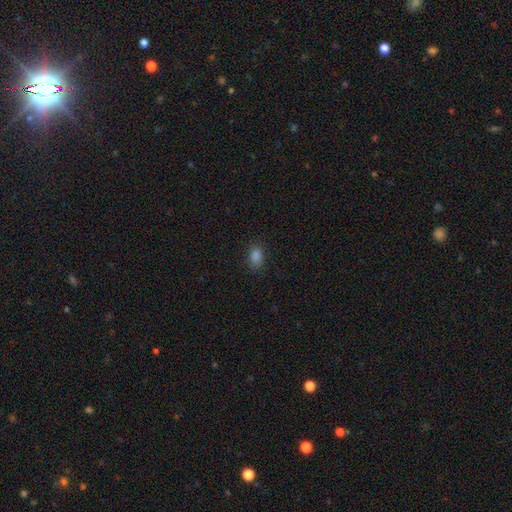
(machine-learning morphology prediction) A smooth galaxy with no disk features (82%) that is in between round and cigar-shaped (78%).

Vote fractions:
- Smooth or featured? smooth: 82% / star or artifact: 14% / featured or disk: 4%
- How rounded? in between: 78% / round: 20% / cigar-shaped: 2%
- Merging? none: 86% / minor disturbance: 11% / major disturbance: 3% / merger: 1%